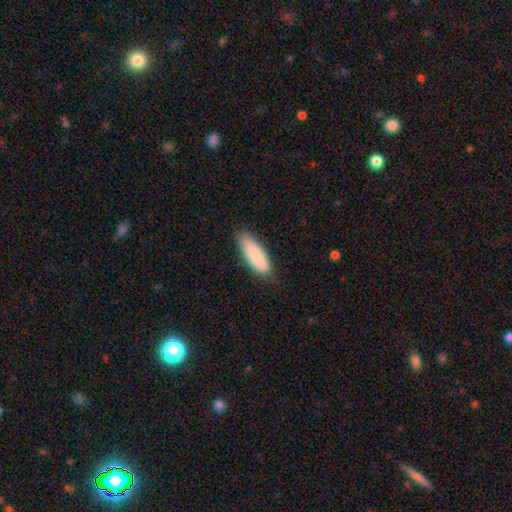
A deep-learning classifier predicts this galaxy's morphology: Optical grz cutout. It shows a smooth galaxy with no disk features (86%) that is in between round and cigar-shaped (61%). Merging: none (81%).